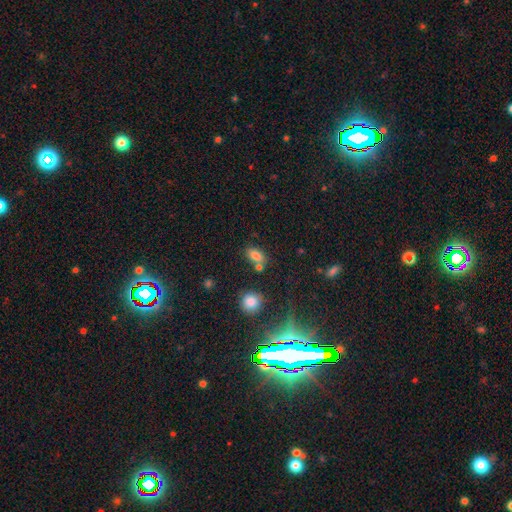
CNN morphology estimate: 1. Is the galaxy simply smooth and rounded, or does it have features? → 80% smooth, 12% star or artifact, 8% featured or disk.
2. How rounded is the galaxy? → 84% in between, 12% round, 4% cigar-shaped.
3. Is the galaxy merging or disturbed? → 60% none, 23% merger, 13% minor disturbance, 4% major disturbance.